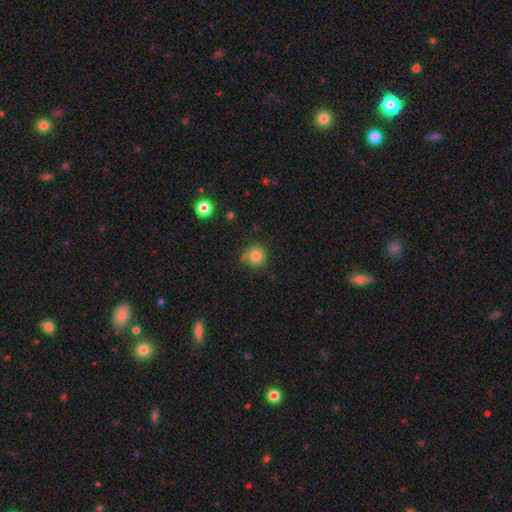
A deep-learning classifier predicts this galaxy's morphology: The model was most divided on "merging": none: 71%, minor disturbance: 17%, merger: 7%, major disturbance: 5%. More confident: how rounded — round (92%); smooth or featured — smooth (82%).